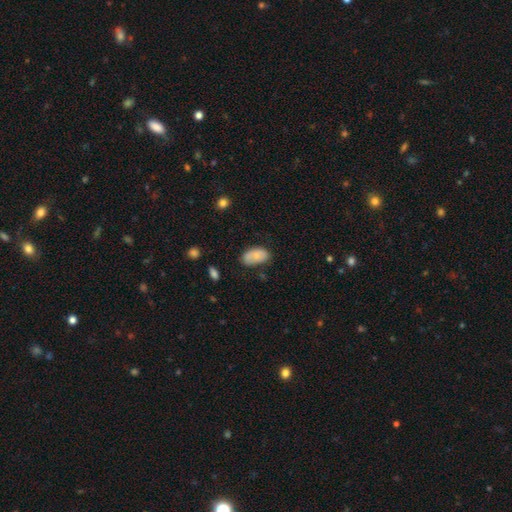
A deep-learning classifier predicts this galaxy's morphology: A smooth galaxy with no disk features (79%) that is in between round and cigar-shaped (94%).

Vote fractions:
- Smooth or featured? smooth: 79% / featured or disk: 13% / star or artifact: 8%
- How rounded? in between: 94% / round: 4% / cigar-shaped: 2%
- Merging? none: 62% / minor disturbance: 27% / major disturbance: 7% / merger: 4%